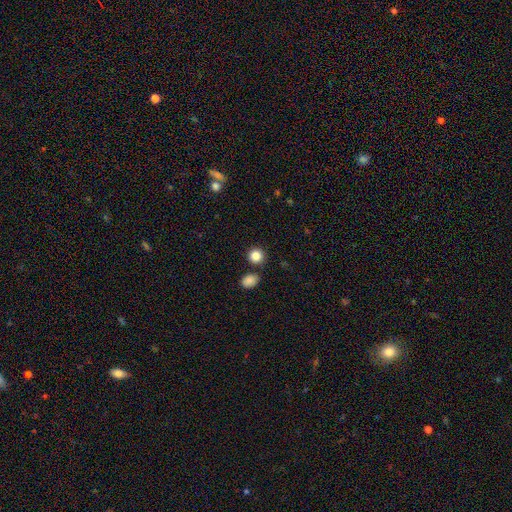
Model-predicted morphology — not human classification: type=smooth (85%); roundness=round (89%); merging=none (81%).